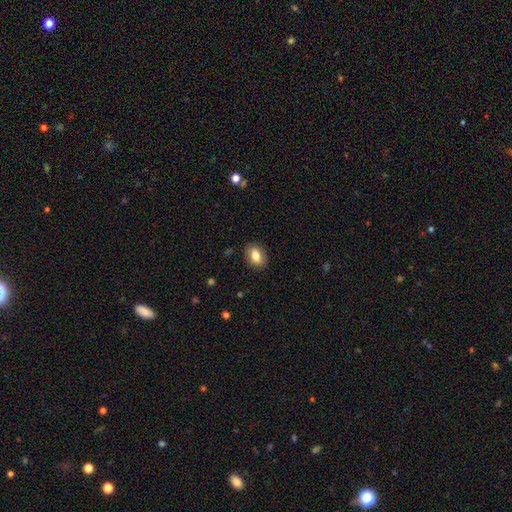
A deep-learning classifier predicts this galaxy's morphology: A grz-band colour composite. It shows a smooth galaxy with no disk features (83%) that is in between round and cigar-shaped (80%). Merging: none (87%).